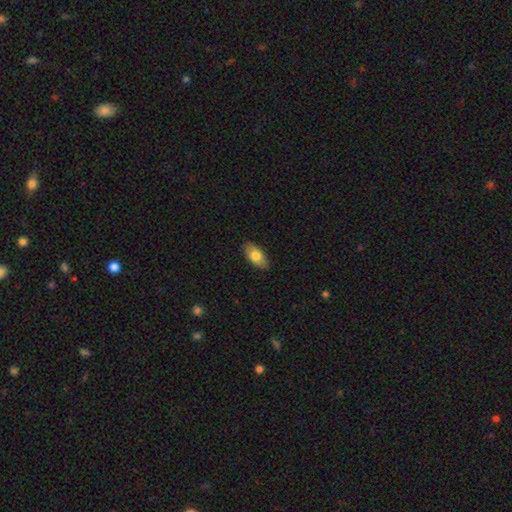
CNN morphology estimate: smooth_or_featured: smooth (p=0.78) [alt: featured or disk p=0.16]
how_rounded: in between (p=0.91) [alt: cigar-shaped p=0.06]
merging: none (p=0.87) [alt: minor disturbance p=0.10]